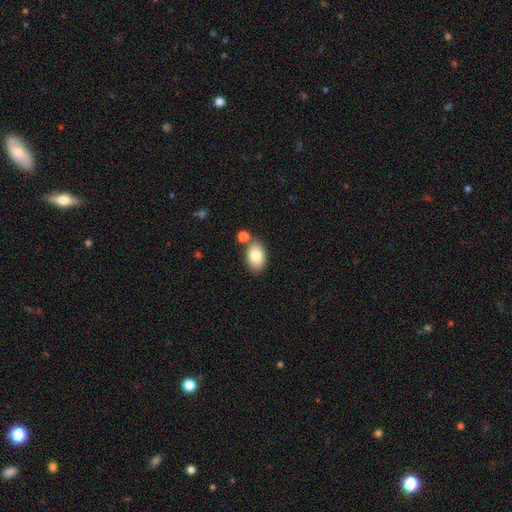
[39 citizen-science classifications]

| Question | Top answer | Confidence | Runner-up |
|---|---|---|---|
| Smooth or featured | smooth | 85% | featured or disk (10%) |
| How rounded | in between | 97% | round (3%) |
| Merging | none | 76% | minor disturbance (14%) |